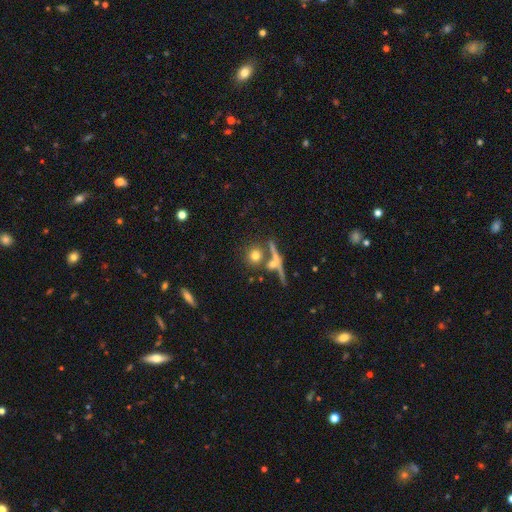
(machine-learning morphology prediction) A smooth galaxy with no disk features (65%) that is round (86%). Merging: none (67%).